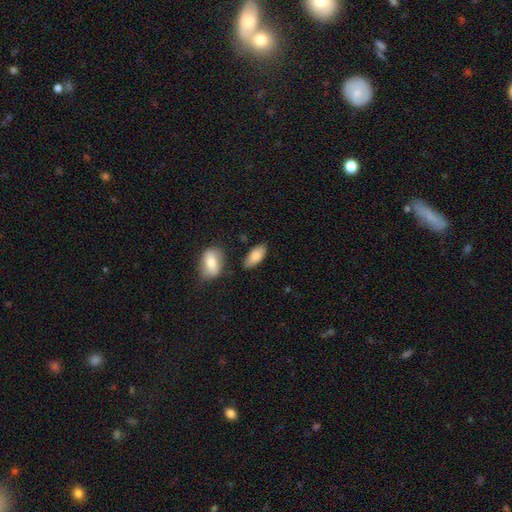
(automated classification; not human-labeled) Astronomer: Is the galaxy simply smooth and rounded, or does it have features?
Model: smooth — 85%.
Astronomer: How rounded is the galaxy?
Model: in between — 90%.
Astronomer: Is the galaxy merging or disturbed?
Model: none — 77%.